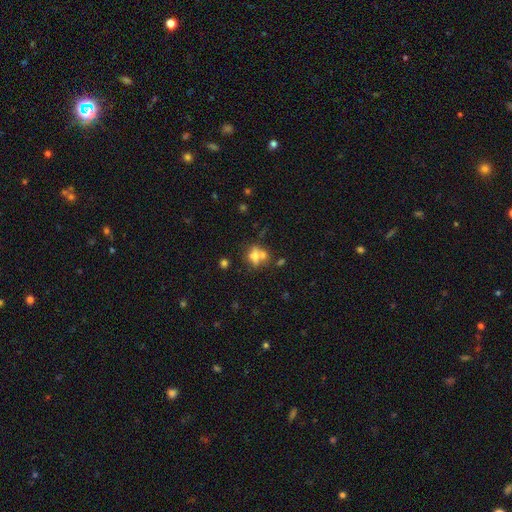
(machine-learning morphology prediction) This is possibly a smooth galaxy (59%). How rounded: possibly in between (49%). Merging: marginally merger (44%).